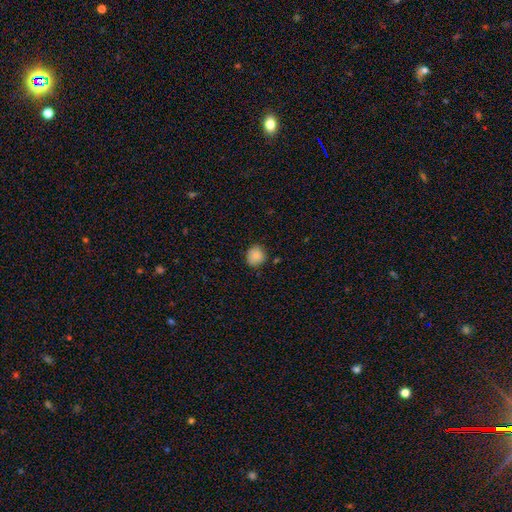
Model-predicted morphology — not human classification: Smooth or featured? smooth (86%)
How rounded? round (85%)
Merging? none (81%)